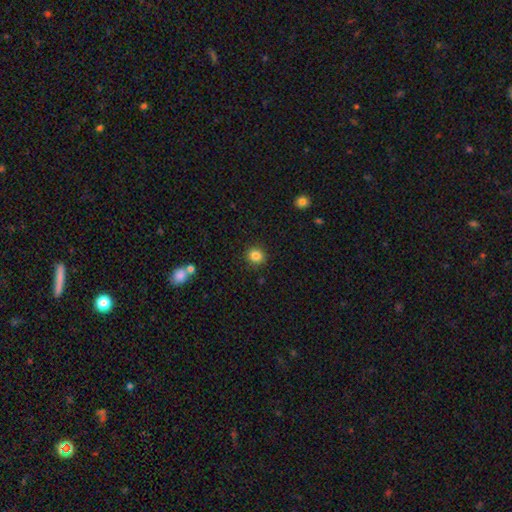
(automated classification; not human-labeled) Q: Smooth or featured?
A: smooth (85%); runner-up: star or artifact (11%)
Q: How rounded?
A: round (85%); runner-up: in between (14%)
Q: Merging?
A: none (89%); runner-up: minor disturbance (7%)